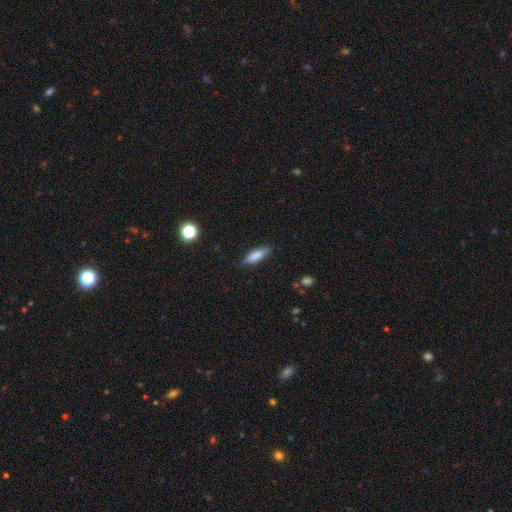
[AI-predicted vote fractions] Overall: smooth (79%). How rounded: cigar-shaped (57%; in between 40%). Merging: none (84%).